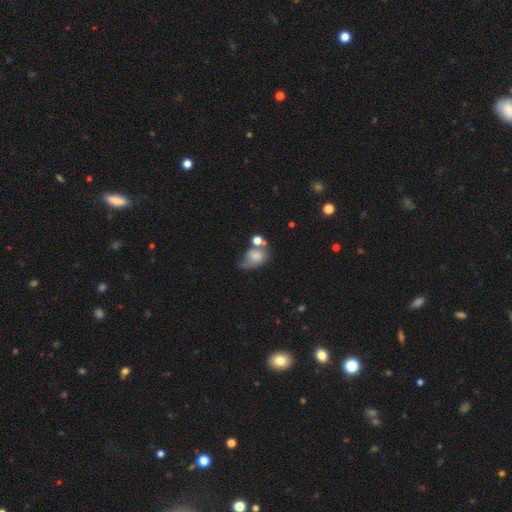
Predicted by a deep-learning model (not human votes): Smooth or featured? Predicted: smooth (p=0.65). How rounded? Predicted: in between (p=0.77). Merging? Predicted: none (p=0.29).